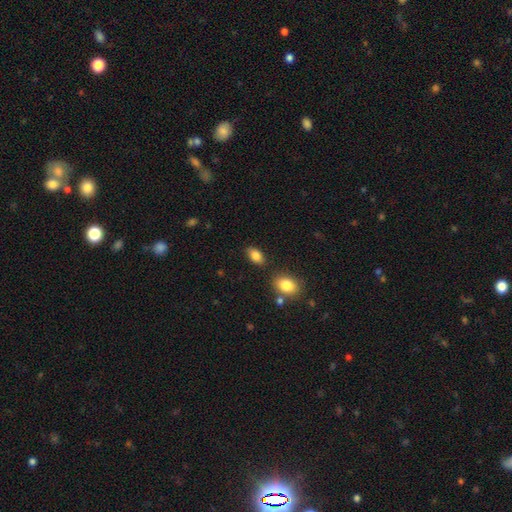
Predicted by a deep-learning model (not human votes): A smooth galaxy with no disk features (85%) that is in between round and cigar-shaped (91%).

Vote fractions:
- Smooth or featured? smooth: 85% / star or artifact: 8% / featured or disk: 7%
- How rounded? in between: 91% / round: 6% / cigar-shaped: 3%
- Merging? none: 82% / minor disturbance: 11% / merger: 4% / major disturbance: 3%